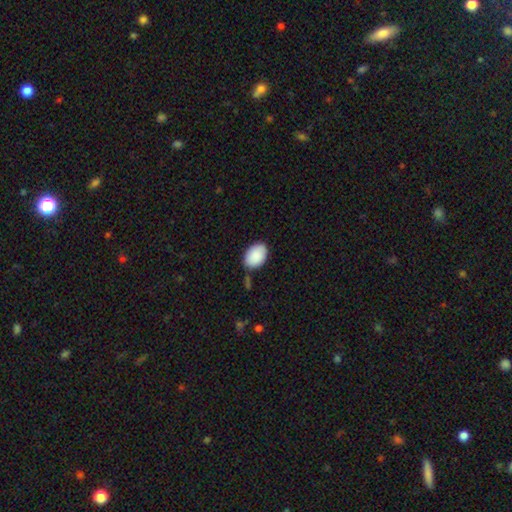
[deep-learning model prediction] A smooth galaxy with no disk features (90%) that is in between round and cigar-shaped (88%).

Vote fractions:
- Smooth or featured? smooth: 90% / star or artifact: 6% / featured or disk: 4%
- How rounded? in between: 88% / round: 11% / cigar-shaped: 1%
- Merging? none: 78% / minor disturbance: 15% / merger: 4% / major disturbance: 3%